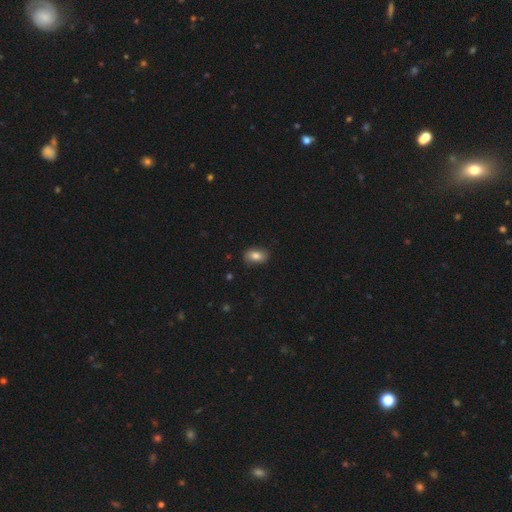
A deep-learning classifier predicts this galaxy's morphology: A smooth galaxy with no disk features (82%) that is in between round and cigar-shaped (86%). Merging: none (83%).